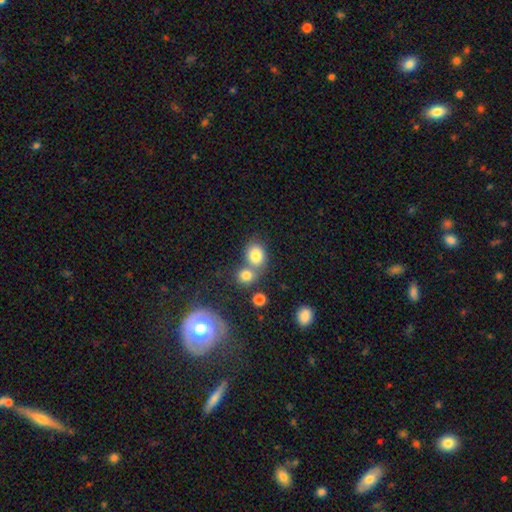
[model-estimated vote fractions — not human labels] Smooth or featured? Predicted: smooth (p=0.79). How rounded? Predicted: round (p=0.58). Merging? Predicted: merger (p=0.44).